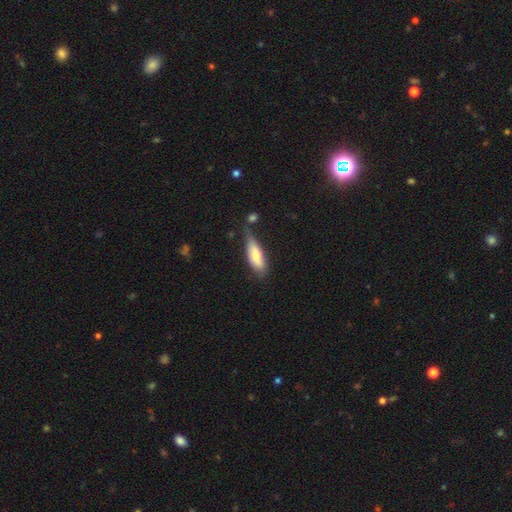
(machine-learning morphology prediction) This is likely a smooth galaxy (72%). How rounded: possibly in between (59%). Merging: possibly none (46%).